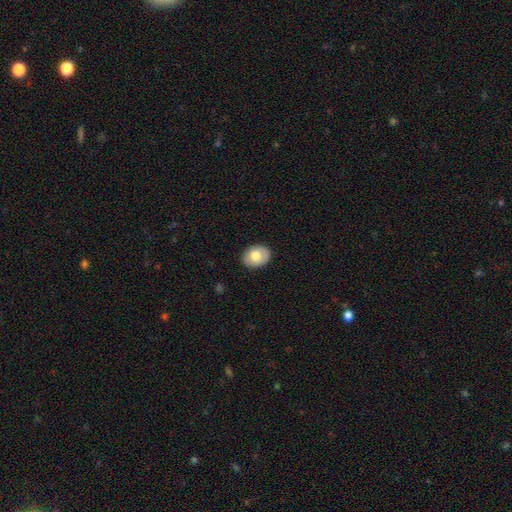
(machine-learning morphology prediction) Smooth or featured? Predicted: smooth (p=0.72). How rounded? Predicted: in between (p=0.61). Merging? Predicted: none (p=0.87).